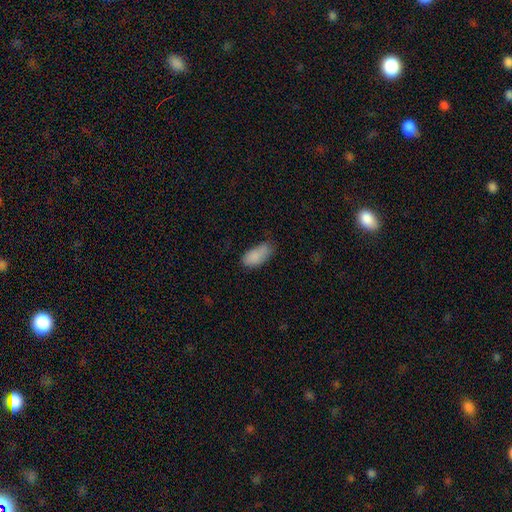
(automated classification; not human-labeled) The model was most divided on "merging": none: 52%, minor disturbance: 36%, major disturbance: 9%, merger: 3%. More confident: how rounded — in between (92%); smooth or featured — smooth (86%).